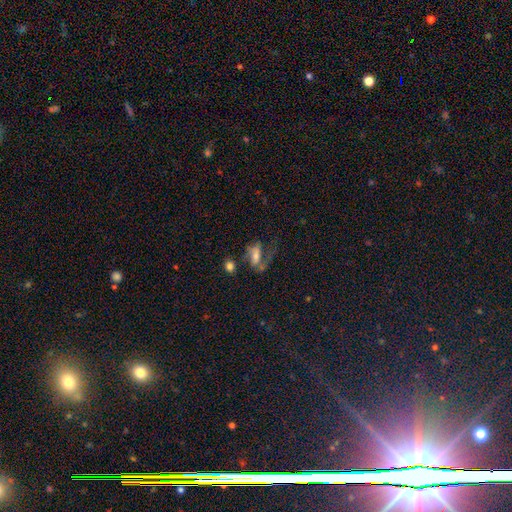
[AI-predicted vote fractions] smooth-or-featured: smooth: 49% | featured or disk: 39% | star or artifact: 12%
  merging: major disturbance: 41% | none: 29% | minor disturbance: 18% | merger: 11%